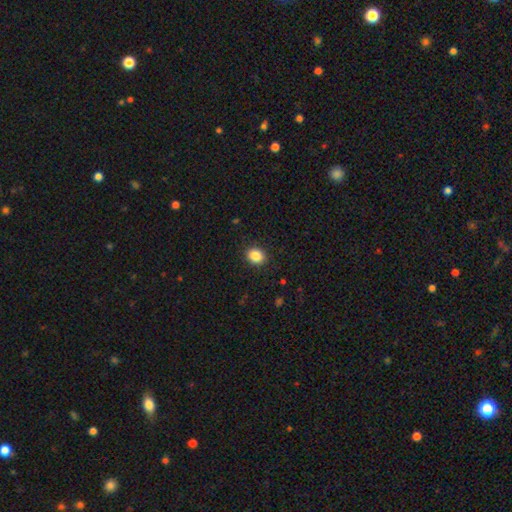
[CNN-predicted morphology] smooth-or-featured: smooth: 87% | star or artifact: 9% | featured or disk: 4%
  how-rounded: round: 66% | in between: 33% | cigar-shaped: 1%
  merging: none: 90% | minor disturbance: 7% | major disturbance: 2% | merger: 1%